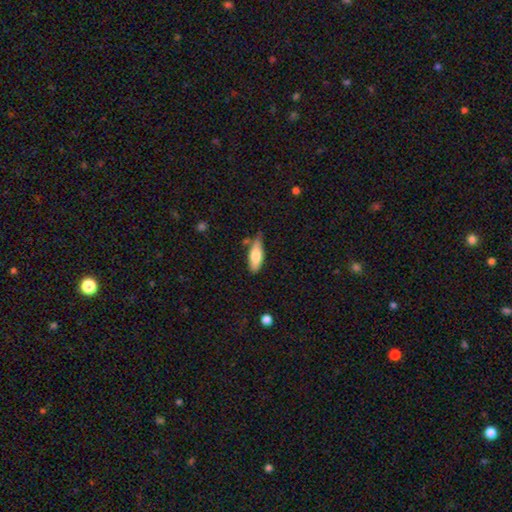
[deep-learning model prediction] The model was most divided on "how rounded": in between: 64%, cigar-shaped: 34%, round: 2%. More confident: smooth or featured — smooth (75%); merging — none (63%).